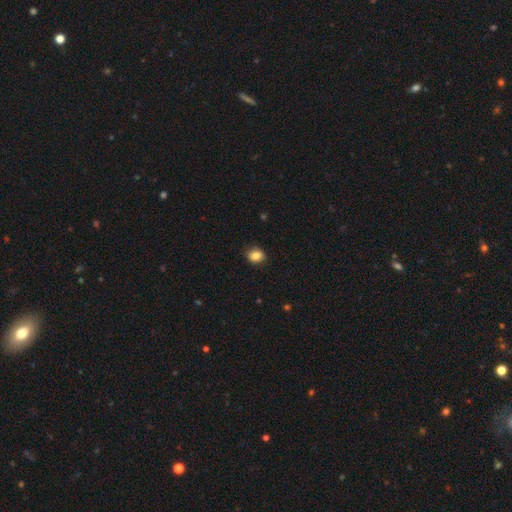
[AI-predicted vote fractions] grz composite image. It shows a smooth galaxy with no disk features (83%) that is round (50%). Merging: none (81%).